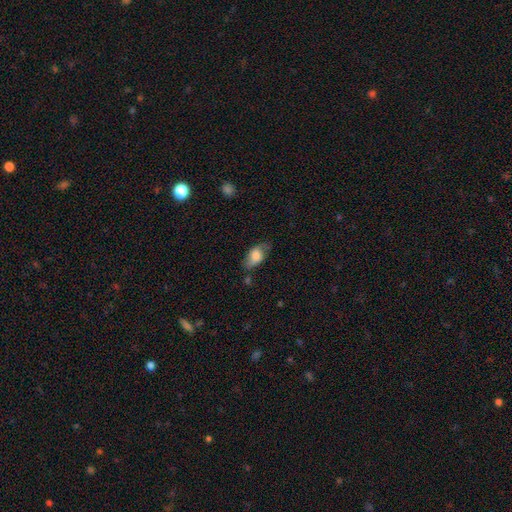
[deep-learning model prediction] smooth-or-featured: smooth: 71% | featured or disk: 22% | star or artifact: 8%
  how-rounded: in between: 89% | round: 7% | cigar-shaped: 5%
  merging: none: 60% | minor disturbance: 27% | major disturbance: 9% | merger: 4%